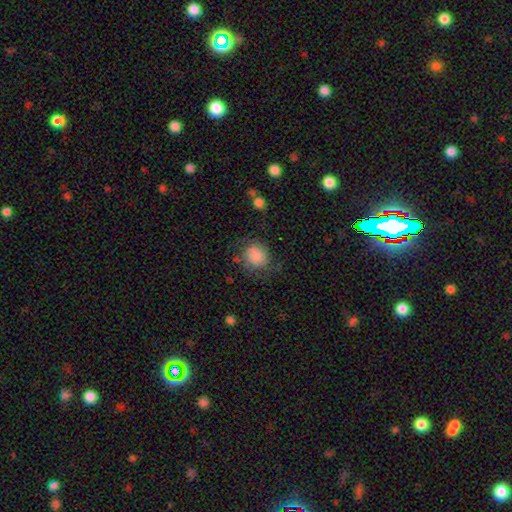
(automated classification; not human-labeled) A smooth galaxy with no disk features (76%) that is round (80%). Merging: none (61%).